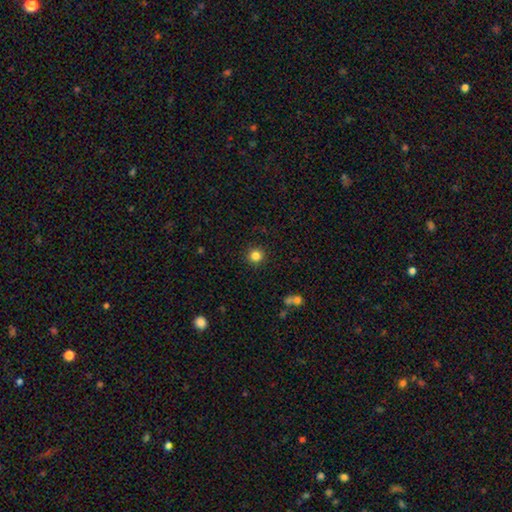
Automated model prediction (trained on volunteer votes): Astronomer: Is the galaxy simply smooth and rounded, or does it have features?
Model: smooth — 83%.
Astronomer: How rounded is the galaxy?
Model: round — 94%.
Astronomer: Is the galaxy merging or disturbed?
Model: none — 91%.